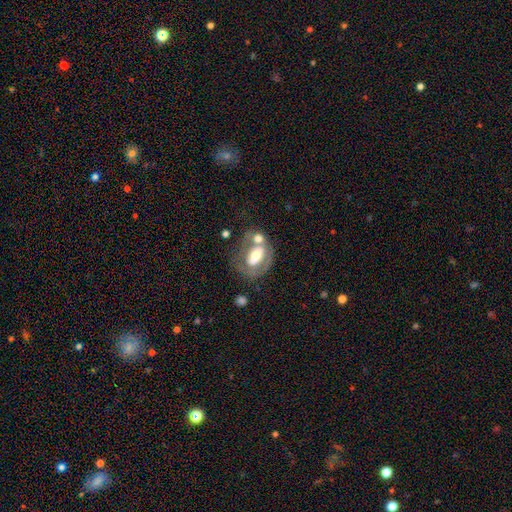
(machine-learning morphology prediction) featured or disk 55%, smooth 37%, star or artifact 7%. Down the decision tree: edge-on disk — no (93%); bar — no (54%); spiral arms — no (67%); bulge size — moderate (60%); merging — none (35%).